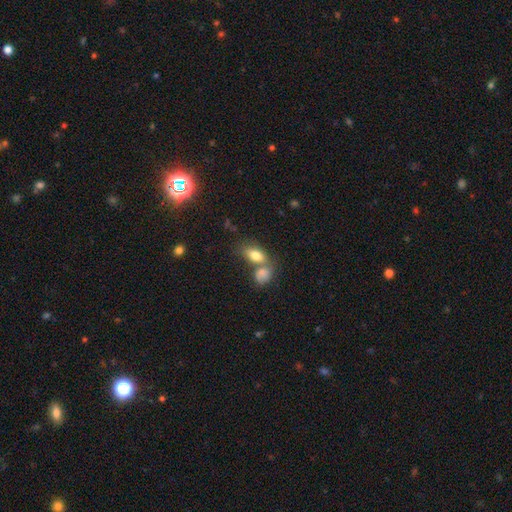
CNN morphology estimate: smooth-or-featured: smooth: 79% | featured or disk: 12% | star or artifact: 9%
  how-rounded: in between: 85% | round: 11% | cigar-shaped: 4%
  merging: merger: 46% | none: 37% | minor disturbance: 11% | major disturbance: 5%